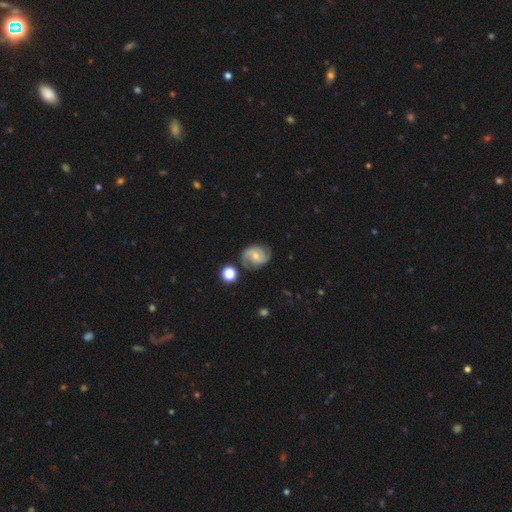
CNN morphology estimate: The model was most divided on "spiral winding": medium: 48%, tight: 35%, loose: 16%. More confident: edge-on disk — no (98%); spiral arms — yes (96%); smooth or featured — featured or disk (81%); merging — none (74%); spiral arm count — 2 (59%); bulge size — small (57%); bar — no (54%).